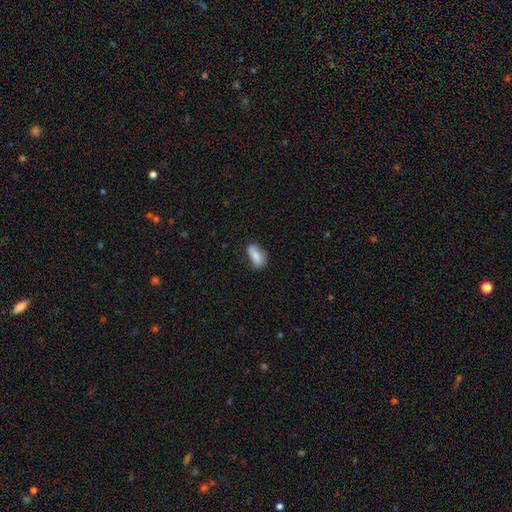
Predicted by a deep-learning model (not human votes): Q: Smooth or featured?
A: smooth (80%); runner-up: featured or disk (13%)
Q: How rounded?
A: in between (88%); runner-up: cigar-shaped (8%)
Q: Merging?
A: none (69%); runner-up: minor disturbance (24%)